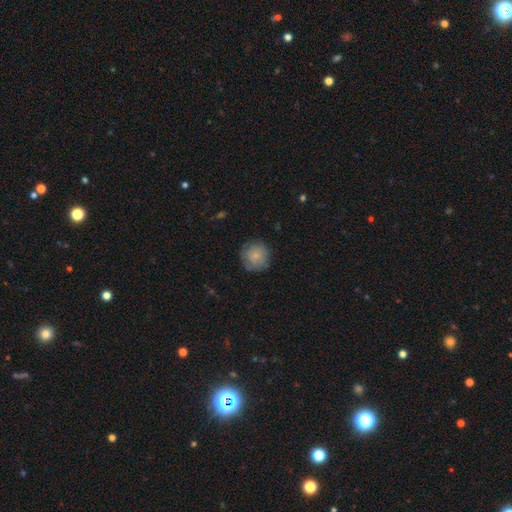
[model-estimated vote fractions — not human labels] Smooth or featured? smooth (77%)
How rounded? round (94%)
Merging? none (78%)